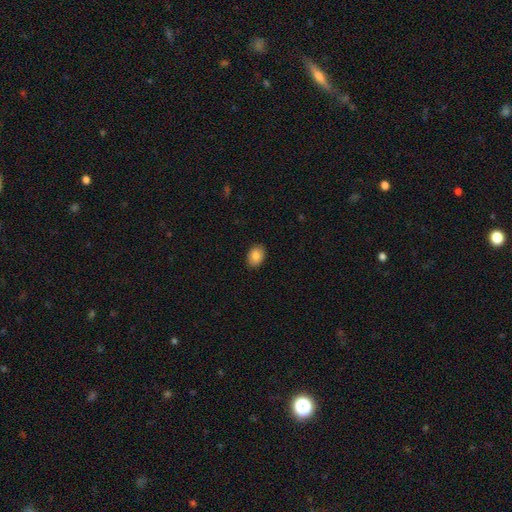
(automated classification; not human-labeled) This appears to be a smooth galaxy with no disk features (86%) that is in between round and cigar-shaped (78%). Merging: none (90%).